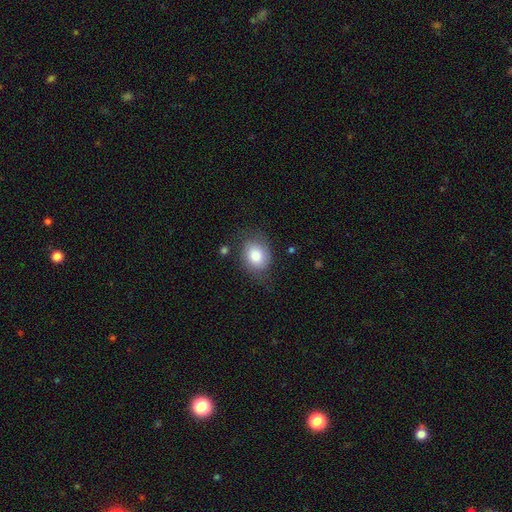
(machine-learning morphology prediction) This is likely a smooth galaxy (75%). How rounded: possibly in between (51%). Merging: likely none (64%).